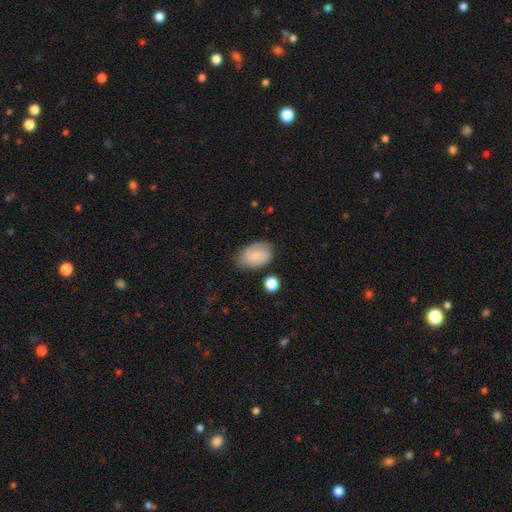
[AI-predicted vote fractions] The model was most divided on "smooth or featured": smooth: 65%, featured or disk: 27%, star or artifact: 8%. More confident: how rounded — in between (87%); merging — none (72%).